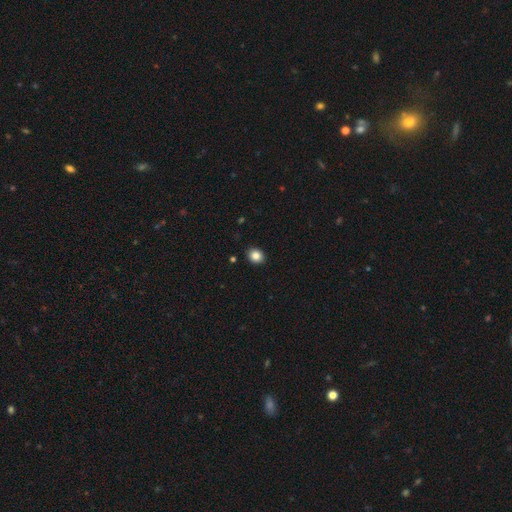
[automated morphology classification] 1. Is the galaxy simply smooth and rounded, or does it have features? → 85% smooth, 10% star or artifact, 5% featured or disk.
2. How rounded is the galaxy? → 58% round, 41% in between, 1% cigar-shaped.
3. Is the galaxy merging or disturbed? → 91% none, 6% minor disturbance, 2% major disturbance, 1% merger.